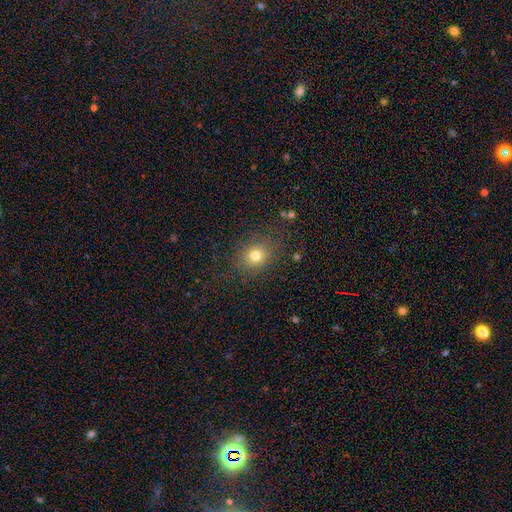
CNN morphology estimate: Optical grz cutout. It shows a smooth galaxy with no disk features (76%) that is round (68%). Merging: none (83%).